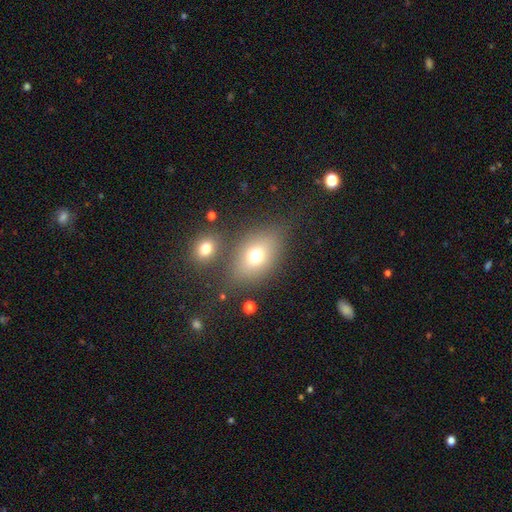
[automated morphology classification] A smooth galaxy with no disk features (72%) that is in between round and cigar-shaped (74%).

Vote fractions:
- Smooth or featured? smooth: 72% / featured or disk: 15% / star or artifact: 13%
- How rounded? in between: 74% / round: 24% / cigar-shaped: 2%
- Merging? none: 70% / minor disturbance: 13% / merger: 12% / major disturbance: 6%